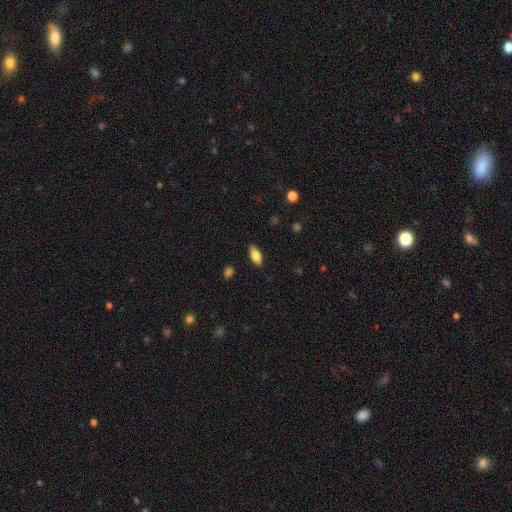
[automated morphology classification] A smooth galaxy with no disk features (80%) that is in between round and cigar-shaped (82%).

Vote fractions:
- Smooth or featured? smooth: 80% / featured or disk: 13% / star or artifact: 7%
- How rounded? in between: 82% / cigar-shaped: 15% / round: 2%
- Merging? none: 87% / minor disturbance: 10% / major disturbance: 2% / merger: 1%